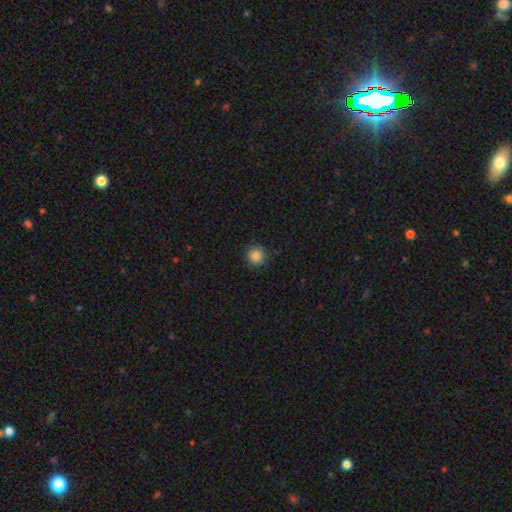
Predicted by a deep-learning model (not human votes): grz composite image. It shows a smooth galaxy with no disk features (86%) that is round (93%). Merging: none (91%).